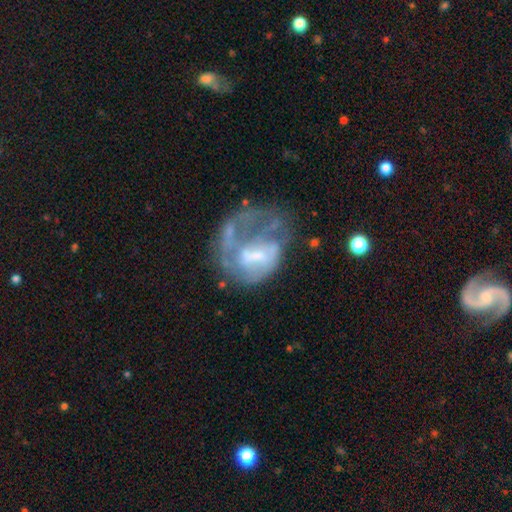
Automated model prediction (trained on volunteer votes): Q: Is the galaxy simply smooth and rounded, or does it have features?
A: featured or disk — 67%.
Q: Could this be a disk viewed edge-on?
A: no — 98%.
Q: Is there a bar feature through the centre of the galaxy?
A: no — 52%.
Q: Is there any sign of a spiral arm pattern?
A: no — 57%.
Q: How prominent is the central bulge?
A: small — 34%.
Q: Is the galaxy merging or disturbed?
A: major disturbance — 47%.